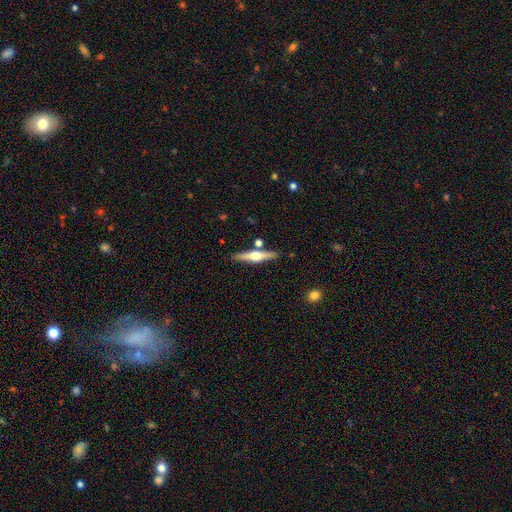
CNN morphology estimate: Q: Smooth or featured?
A: featured or disk (68%); runner-up: smooth (27%)
Q: Edge-on disk?
A: yes (97%); runner-up: no (3%)
Q: Edge-on bulge?
A: rounded (95%); runner-up: boxy (3%)
Q: Merging?
A: none (84%); runner-up: minor disturbance (8%)